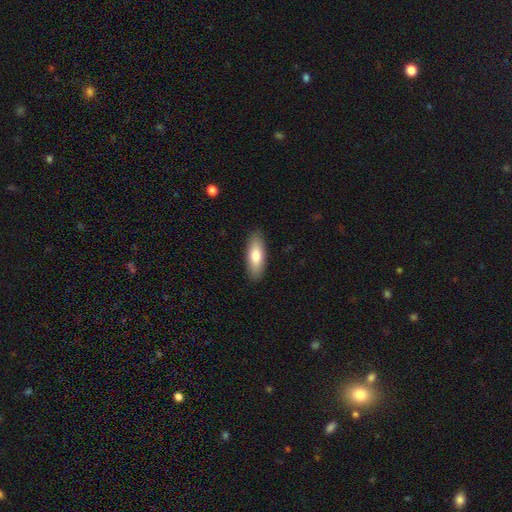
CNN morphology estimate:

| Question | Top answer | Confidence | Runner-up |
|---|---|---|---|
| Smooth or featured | smooth | 76% | featured or disk (18%) |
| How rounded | in between | 67% | cigar-shaped (30%) |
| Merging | none | 89% | minor disturbance (8%) |